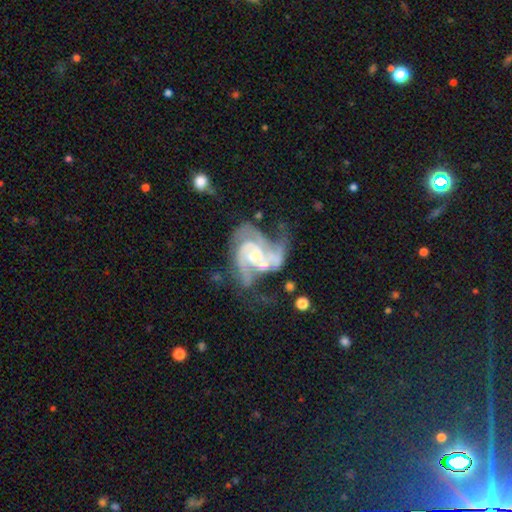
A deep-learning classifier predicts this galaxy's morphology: Smooth or featured? featured or disk (88%)
Edge-on disk? no (98%)
Bar? no (60%)
Spiral arms? yes (95%)
Spiral winding? medium (48%)
Spiral arm count? 2 (43%)
Bulge size? moderate (52%)
Merging? none (30%)